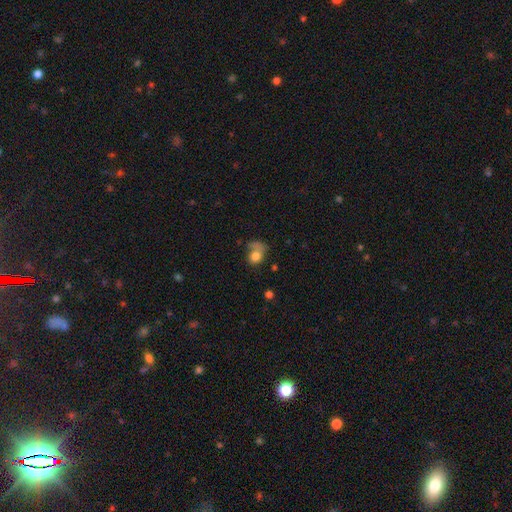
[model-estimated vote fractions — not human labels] Overall: smooth (75%). How rounded: round (56%; in between 42%). Merging: none (36%; major disturbance 28%).